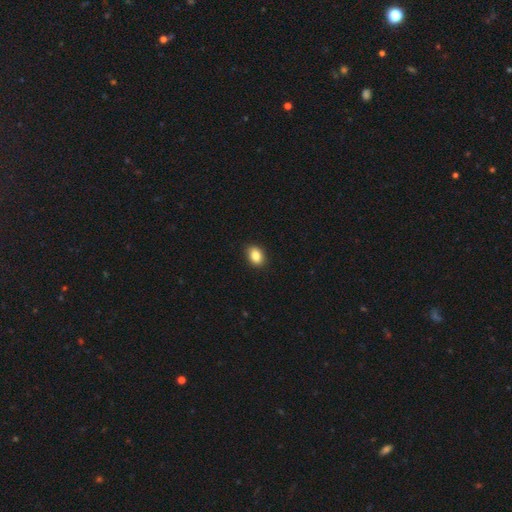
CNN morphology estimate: smooth-or-featured: smooth: 86% | star or artifact: 9% | featured or disk: 5%
  how-rounded: in between: 75% | round: 24% | cigar-shaped: 1%
  merging: none: 88% | minor disturbance: 9% | major disturbance: 2% | merger: 1%